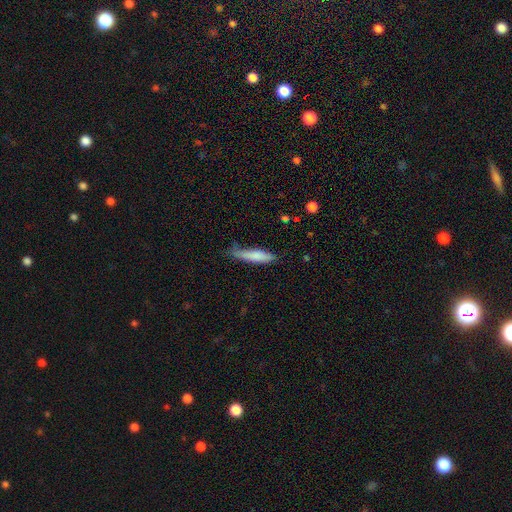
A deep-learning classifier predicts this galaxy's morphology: smooth_or_featured: smooth (p=0.77) [alt: featured or disk p=0.17]
how_rounded: cigar-shaped (p=0.79) [alt: in between p=0.20]
merging: none (p=0.57) [alt: minor disturbance p=0.31]